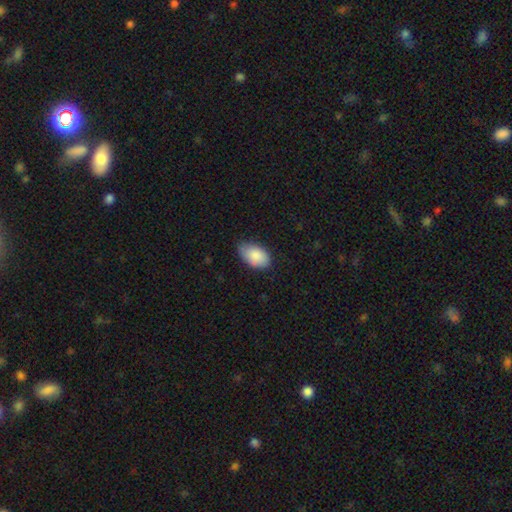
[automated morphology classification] smooth 85%, featured or disk 8%, star or artifact 6%. Down the decision tree: how rounded — in between (93%); merging — none (66%).